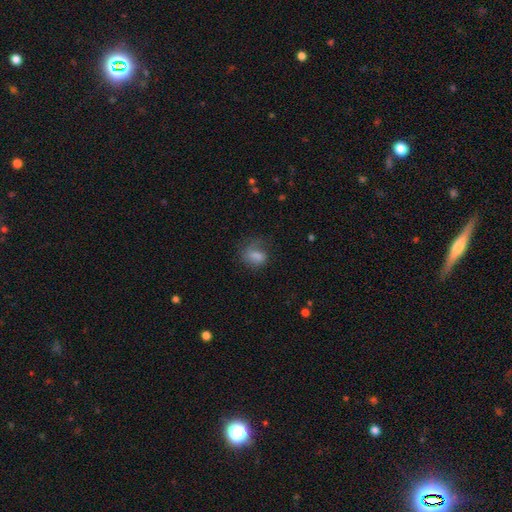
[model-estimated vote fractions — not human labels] A smooth galaxy with no disk features (70%) that is in between round and cigar-shaped (70%). Merging: none (39%).